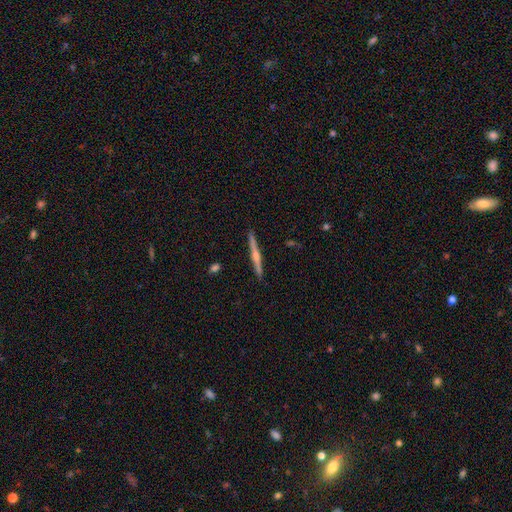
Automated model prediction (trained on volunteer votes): Q: Smooth or featured?
A: featured or disk (76%); runner-up: smooth (18%)
Q: Edge-on disk?
A: yes (98%); runner-up: no (2%)
Q: Edge-on bulge?
A: rounded (86%); runner-up: none (9%)
Q: Merging?
A: none (92%); runner-up: minor disturbance (5%)